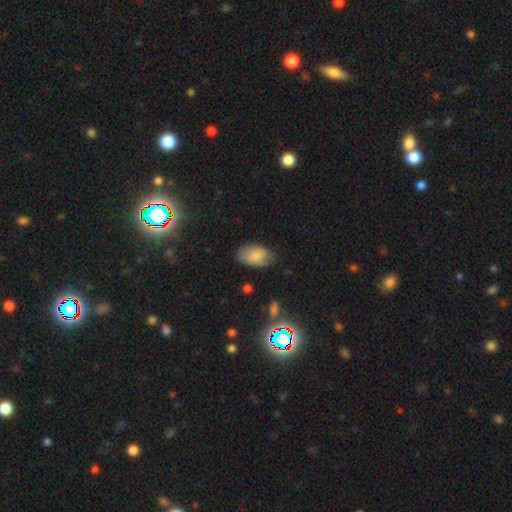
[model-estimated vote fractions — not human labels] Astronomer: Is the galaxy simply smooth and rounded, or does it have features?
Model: smooth — 83%.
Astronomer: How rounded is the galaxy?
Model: in between — 94%.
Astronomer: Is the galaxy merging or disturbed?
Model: none — 72%.